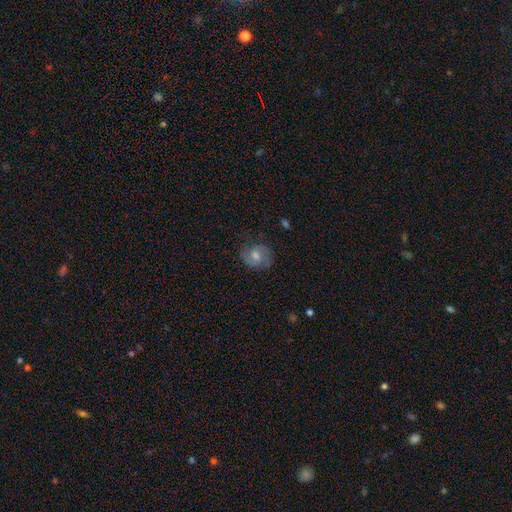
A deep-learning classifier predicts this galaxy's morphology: Smooth or featured? Predicted: featured or disk (p=0.68). Edge-on disk? Predicted: no (p=0.97). Bar? Predicted: no (p=0.54). Spiral arms? Predicted: yes (p=0.92). Spiral winding? Predicted: medium (p=0.46). Spiral arm count? Predicted: 2 (p=0.84). Bulge size? Predicted: moderate (p=0.64). Merging? Predicted: none (p=0.79).